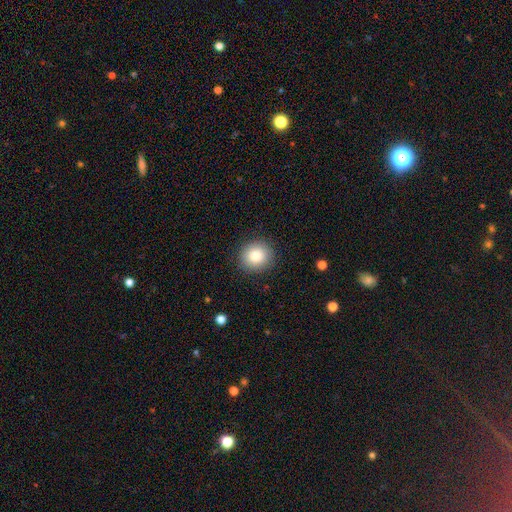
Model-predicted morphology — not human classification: Smooth or featured? Predicted: smooth (p=0.84). How rounded? Predicted: round (p=0.81). Merging? Predicted: none (p=0.89).